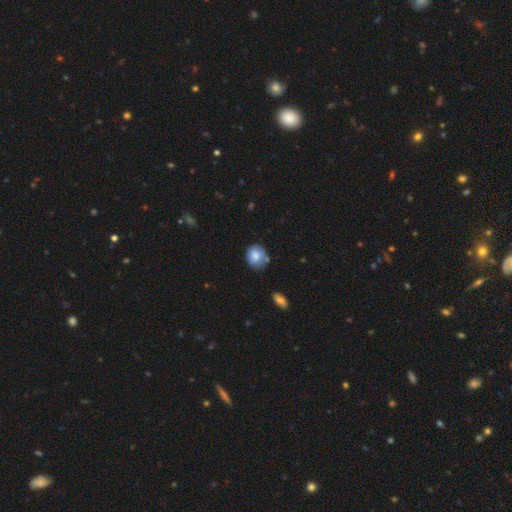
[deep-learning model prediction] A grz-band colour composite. It shows a smooth galaxy with no disk features (75%) that is round (69%). Merging: none (64%).